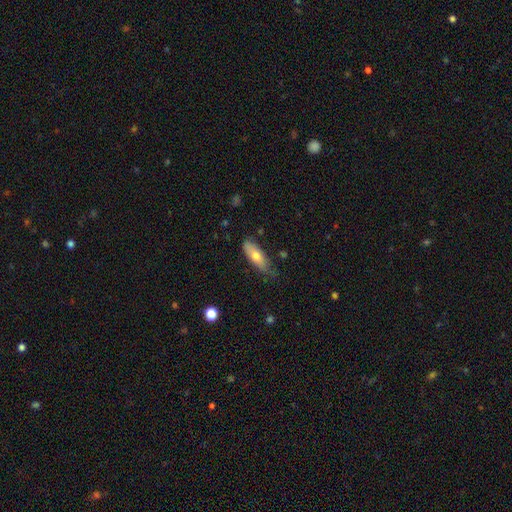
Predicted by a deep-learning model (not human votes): Smooth or featured? smooth (66%)
How rounded? in between (64%)
Merging? none (62%)